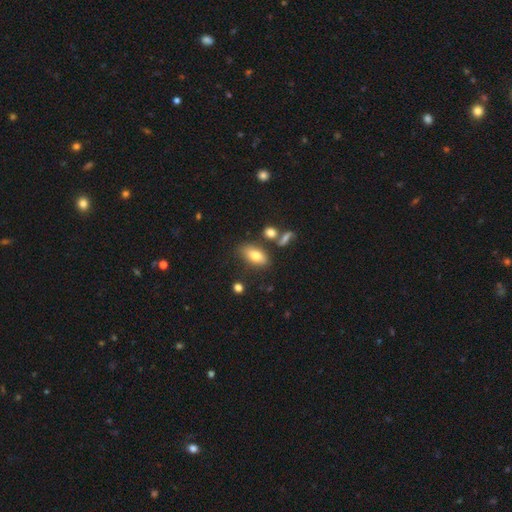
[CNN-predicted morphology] Smooth or featured?
  - smooth: 76% *
  - featured or disk: 15%
  - star or artifact: 9%
How rounded?
  - in between: 87% *
  - cigar-shaped: 8%
  - round: 5%
Merging?
  - none: 68% *
  - minor disturbance: 16%
  - merger: 10%
  - major disturbance: 5%